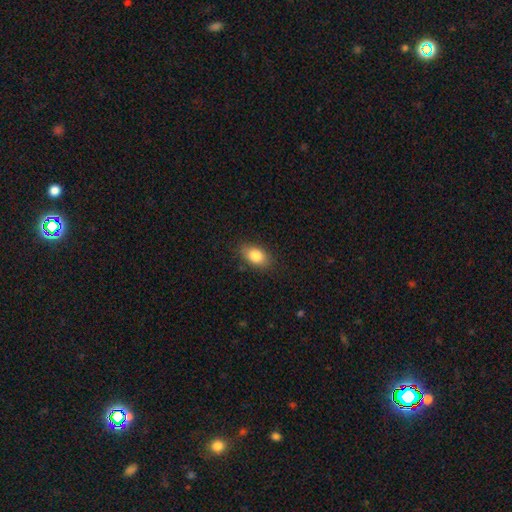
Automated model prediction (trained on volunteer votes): A smooth galaxy with no disk features (82%) that is in between round and cigar-shaped (85%).

Vote fractions:
- Smooth or featured? smooth: 82% / featured or disk: 10% / star or artifact: 8%
- How rounded? in between: 85% / round: 12% / cigar-shaped: 3%
- Merging? none: 84% / minor disturbance: 12% / major disturbance: 3% / merger: 1%